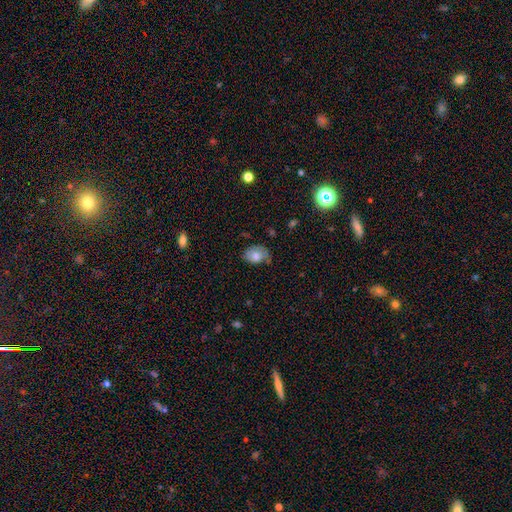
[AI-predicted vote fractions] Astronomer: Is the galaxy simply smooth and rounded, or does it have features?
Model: smooth — 72%.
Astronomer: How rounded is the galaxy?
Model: in between — 72%.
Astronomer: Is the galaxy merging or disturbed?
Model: none — 56% (runner-up: minor disturbance, 32%).